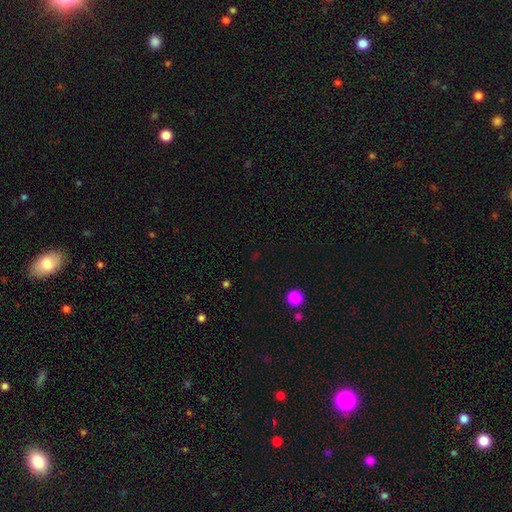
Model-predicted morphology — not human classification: This appears to be a star or artifact, not a galaxy (53%).